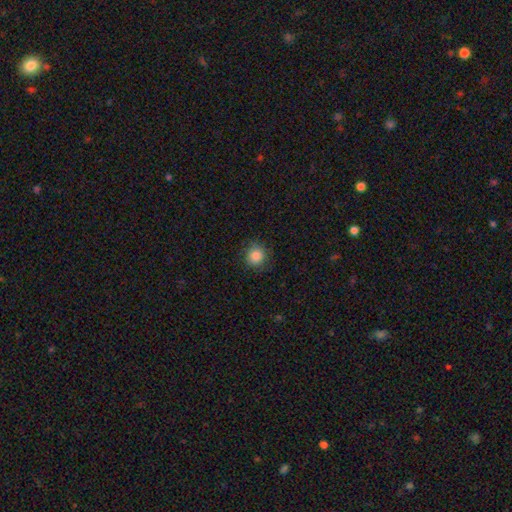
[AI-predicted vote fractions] Smooth or featured? smooth (86%)
How rounded? round (90%)
Merging? none (87%)